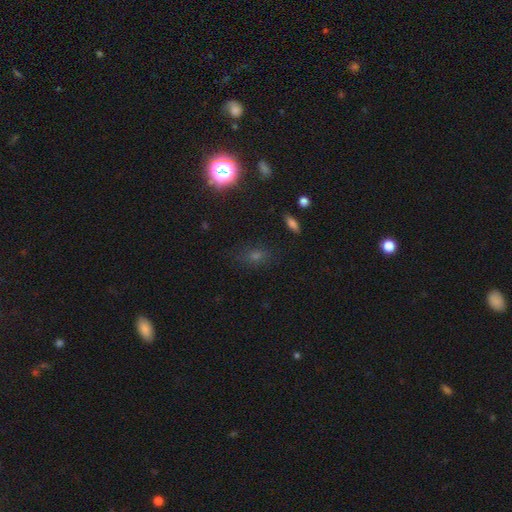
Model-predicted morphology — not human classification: This appears to be a smooth galaxy with no disk features (50%) that is in between round and cigar-shaped (56%). Merging: none (80%).